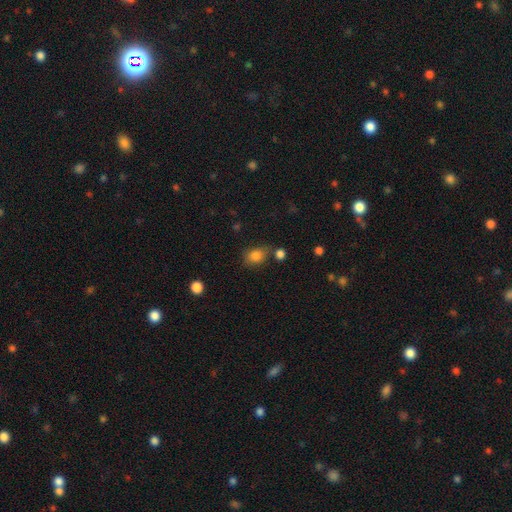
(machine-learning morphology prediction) Smooth or featured?
  - smooth: 83% *
  - star or artifact: 10%
  - featured or disk: 7%
How rounded?
  - in between: 64% *
  - round: 35%
  - cigar-shaped: 1%
Merging?
  - none: 68% *
  - minor disturbance: 18%
  - merger: 9%
  - major disturbance: 5%